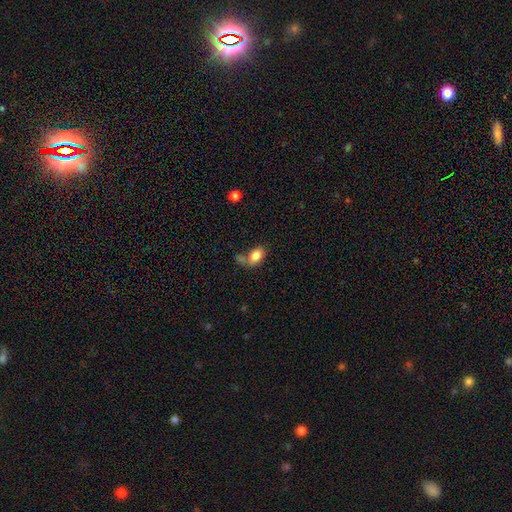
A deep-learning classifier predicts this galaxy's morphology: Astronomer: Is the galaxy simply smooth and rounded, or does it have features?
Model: smooth — 82%.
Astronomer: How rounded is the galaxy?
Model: in between — 84%.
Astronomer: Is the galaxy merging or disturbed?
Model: none — 48%.